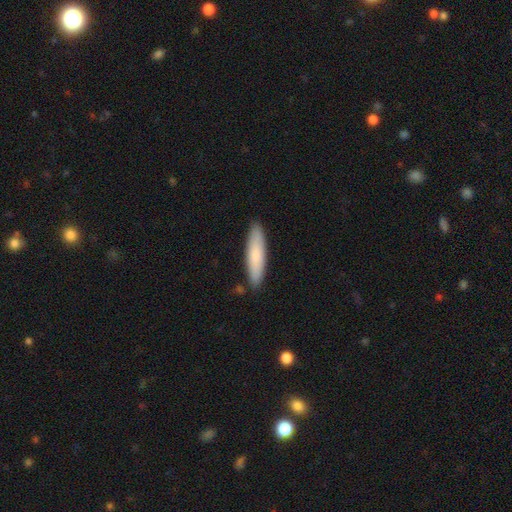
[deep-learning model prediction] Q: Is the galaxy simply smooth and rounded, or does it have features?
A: smooth — 77%.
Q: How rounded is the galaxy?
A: cigar-shaped — 75%.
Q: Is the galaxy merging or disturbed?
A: none — 87%.